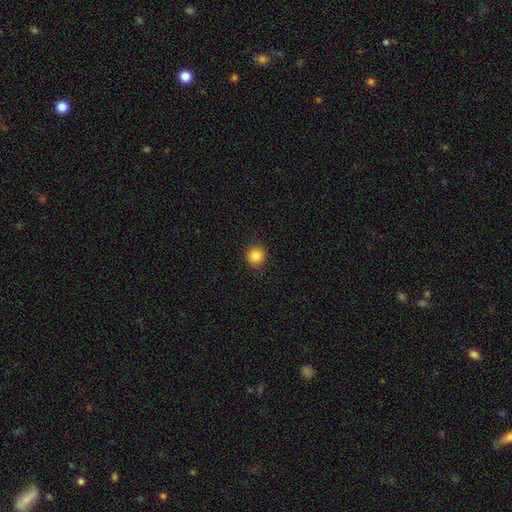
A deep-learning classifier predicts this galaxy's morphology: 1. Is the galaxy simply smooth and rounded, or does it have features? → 86% smooth, 10% star or artifact, 4% featured or disk.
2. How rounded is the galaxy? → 94% round, 5% in between, 1% cigar-shaped.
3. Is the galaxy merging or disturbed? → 89% none, 8% minor disturbance, 2% major disturbance, 1% merger.